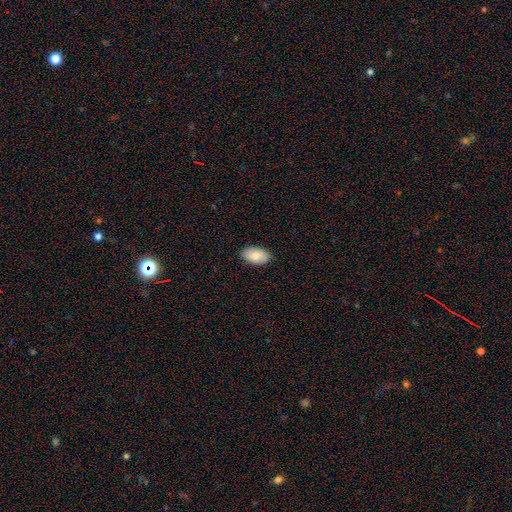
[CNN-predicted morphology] A smooth galaxy with no disk features (85%) that is in between round and cigar-shaped (95%). Merging: none (88%).